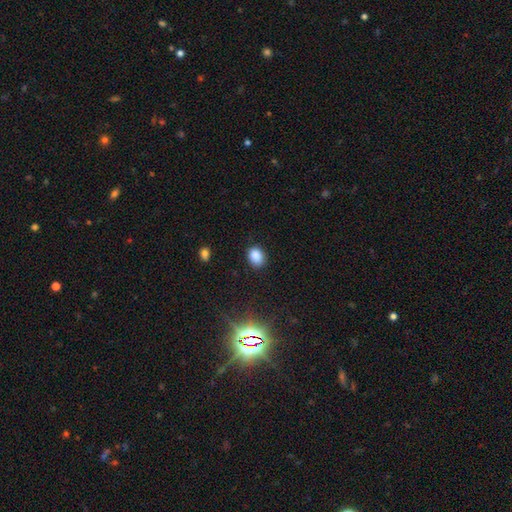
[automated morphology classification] Smooth or featured?
  - smooth: 85% *
  - star or artifact: 12%
  - featured or disk: 4%
How rounded?
  - in between: 60% *
  - round: 39%
  - cigar-shaped: 1%
Merging?
  - none: 84% *
  - minor disturbance: 12%
  - major disturbance: 3%
  - merger: 1%